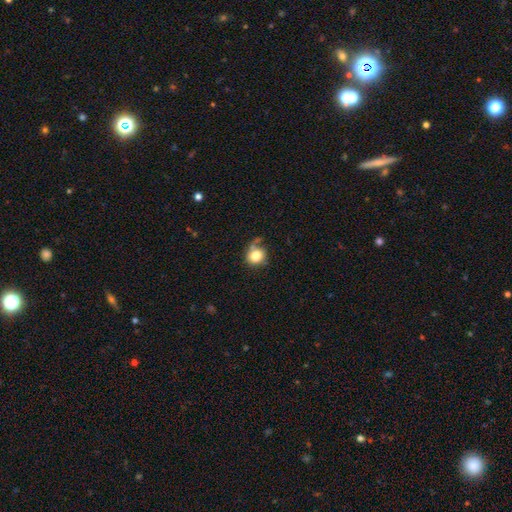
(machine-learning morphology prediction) Smooth or featured? Predicted: smooth (p=0.79). How rounded? Predicted: round (p=0.76). Merging? Predicted: none (p=0.54).